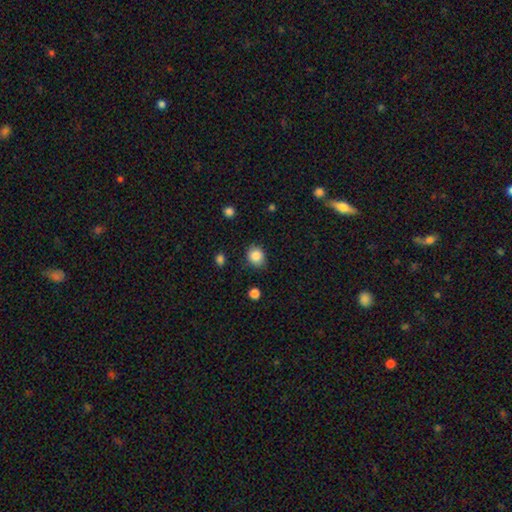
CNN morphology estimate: This appears to be a smooth galaxy with no disk features (86%) that is round (66%). Merging: none (80%).